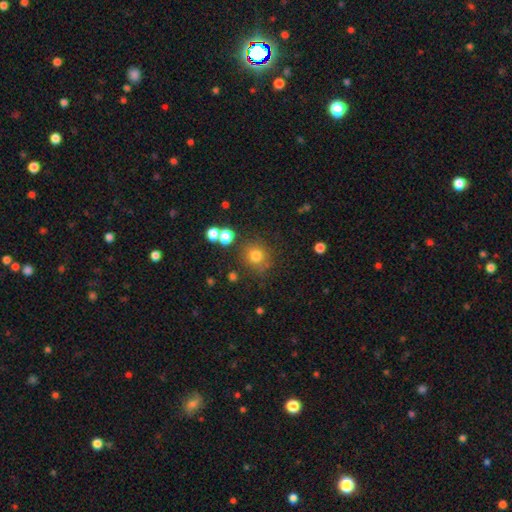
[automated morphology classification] Smooth or featured?
  - smooth: 78% *
  - star or artifact: 15%
  - featured or disk: 7%
How rounded?
  - round: 90% *
  - in between: 10%
  - cigar-shaped: 1%
Merging?
  - none: 79% *
  - minor disturbance: 11%
  - merger: 6%
  - major disturbance: 4%